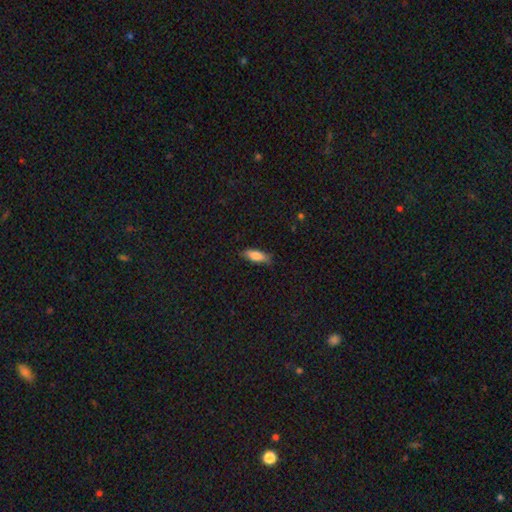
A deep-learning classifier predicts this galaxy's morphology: Overall: smooth (81%). How rounded: in between (64%; cigar-shaped 34%). Merging: none (78%).